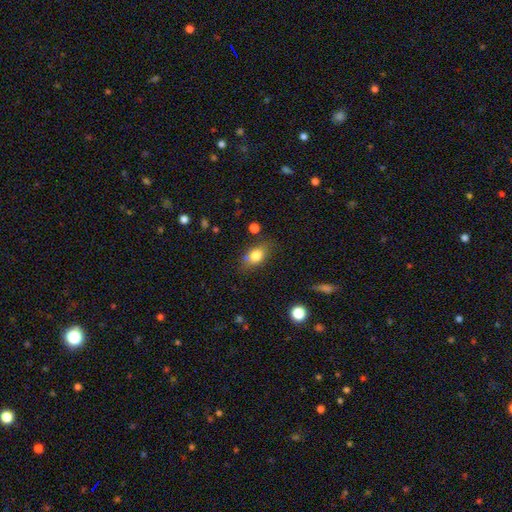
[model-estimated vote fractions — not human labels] Smooth or featured? smooth (79%)
How rounded? in between (81%)
Merging? none (75%)